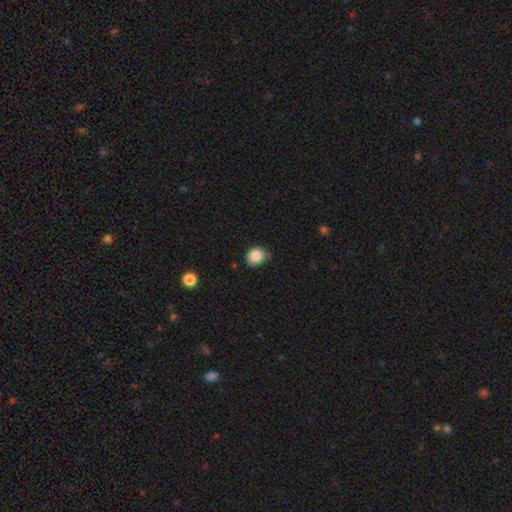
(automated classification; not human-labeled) Smooth or featured?
  - smooth: 85% *
  - star or artifact: 10%
  - featured or disk: 5%
How rounded?
  - round: 71% *
  - in between: 28%
  - cigar-shaped: 1%
Merging?
  - none: 75% *
  - minor disturbance: 20%
  - major disturbance: 3%
  - merger: 2%